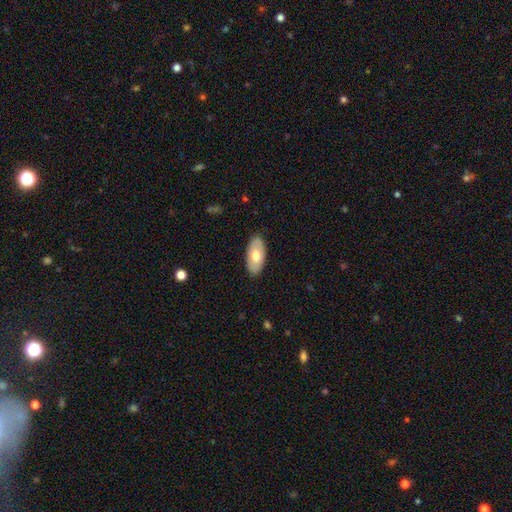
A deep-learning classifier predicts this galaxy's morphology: A smooth galaxy with no disk features (63%) that is in between round and cigar-shaped (94%). Merging: none (87%).